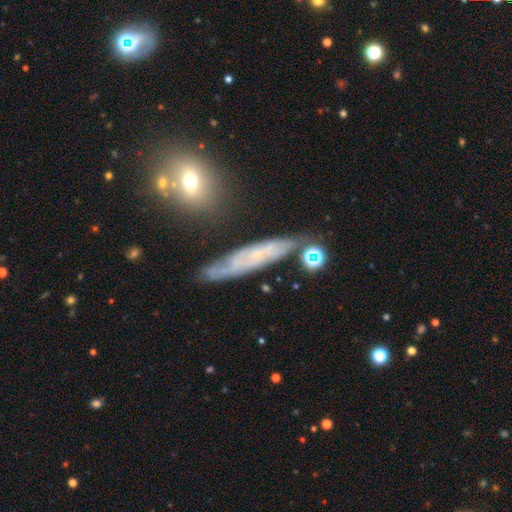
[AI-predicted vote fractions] Smooth or featured? featured or disk (67%)
Edge-on disk? no (60%)
Merging? none (68%)